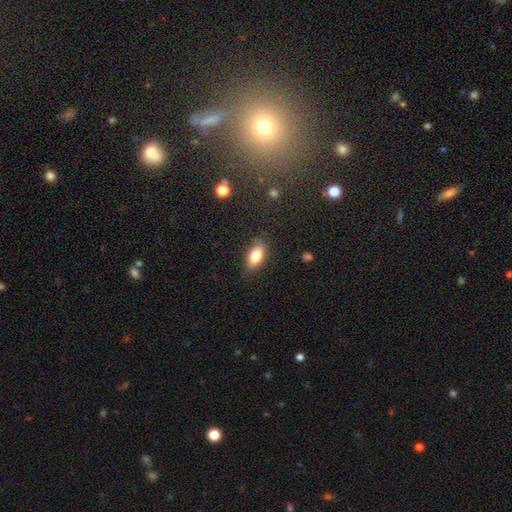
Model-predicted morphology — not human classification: This appears to be a smooth galaxy with no disk features (81%) that is in between round and cigar-shaped (87%). Merging: none (81%).